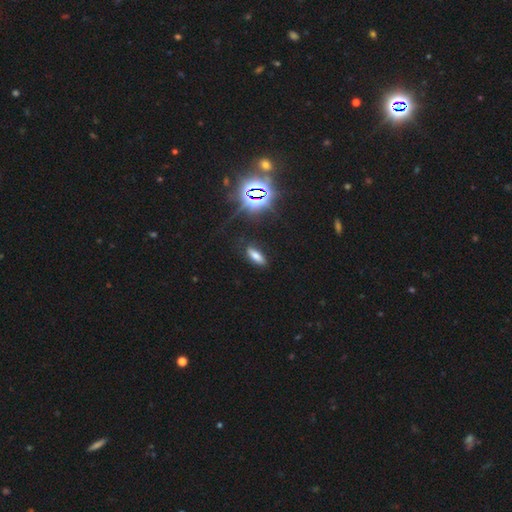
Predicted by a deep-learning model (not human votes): Morphology: type=smooth (63%); roundness=in between (66%); merging=none (85%).